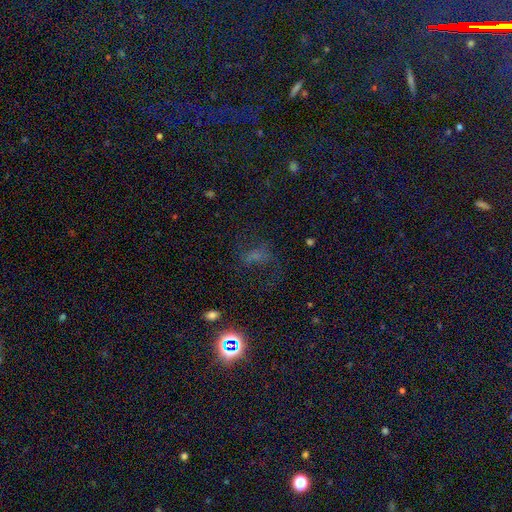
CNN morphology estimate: smooth_or_featured: star or artifact (p=0.41) [alt: smooth p=0.37]